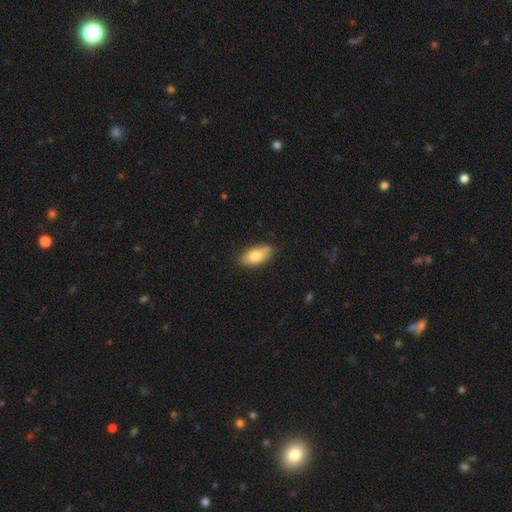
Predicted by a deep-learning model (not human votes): smooth 81%, featured or disk 13%, star or artifact 7%. Down the decision tree: how rounded — in between (90%); merging — none (77%).